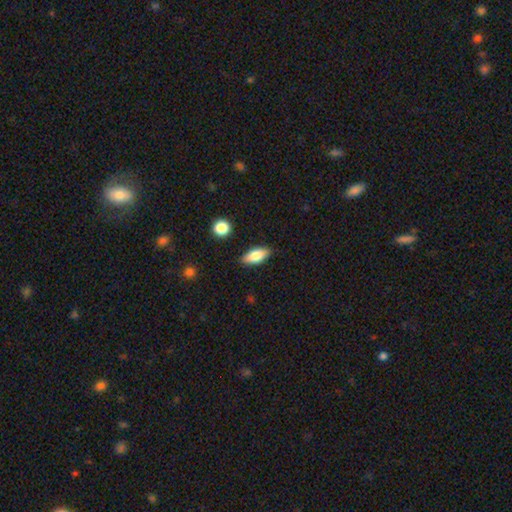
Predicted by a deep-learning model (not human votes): Smooth or featured?
  - smooth: 80% *
  - featured or disk: 13%
  - star or artifact: 7%
How rounded?
  - in between: 86% *
  - cigar-shaped: 11%
  - round: 3%
Merging?
  - none: 85% *
  - minor disturbance: 11%
  - major disturbance: 2%
  - merger: 2%